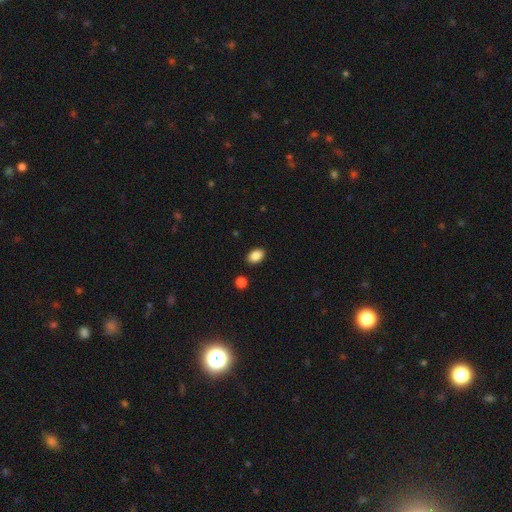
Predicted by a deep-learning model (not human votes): smooth-or-featured: smooth: 88% | star or artifact: 8% | featured or disk: 4%
  how-rounded: in between: 85% | round: 14% | cigar-shaped: 1%
  merging: none: 88% | minor disturbance: 8% | merger: 2% | major disturbance: 2%